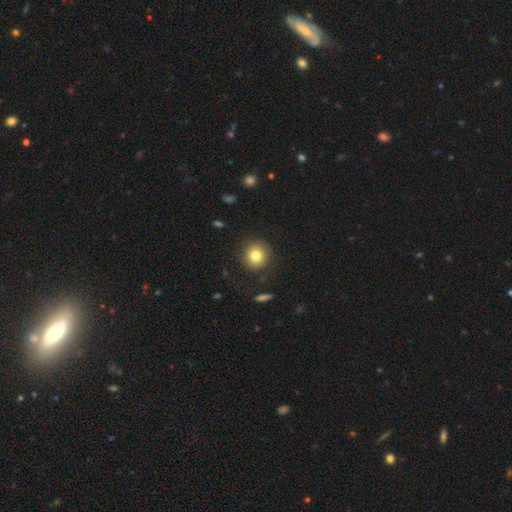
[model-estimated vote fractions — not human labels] smooth-or-featured: smooth: 80% | star or artifact: 10% | featured or disk: 10%
  how-rounded: round: 91% | in between: 8% | cigar-shaped: 1%
  merging: none: 87% | minor disturbance: 9% | major disturbance: 3% | merger: 1%